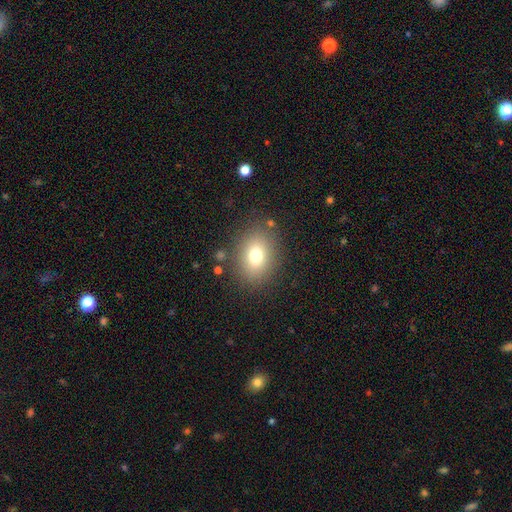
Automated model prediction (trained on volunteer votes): The model was most divided on "how rounded": in between: 55%, round: 44%, cigar-shaped: 1%. More confident: merging — none (83%); smooth or featured — smooth (74%).